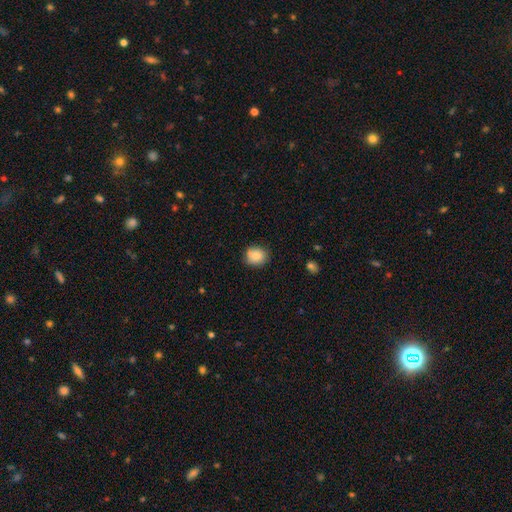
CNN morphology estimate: The model was most divided on "how rounded": round: 75%, in between: 24%, cigar-shaped: 1%. More confident: smooth or featured — smooth (84%); merging — none (81%).